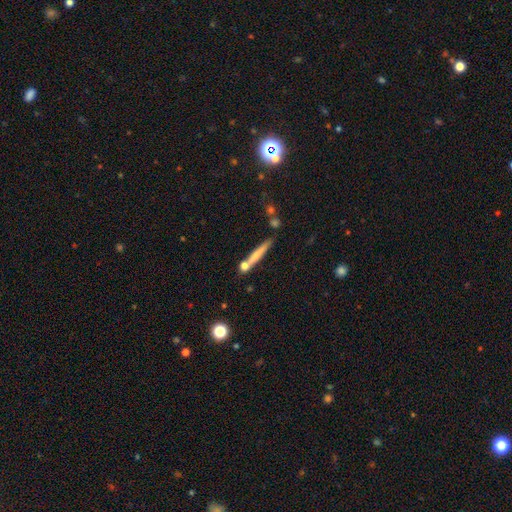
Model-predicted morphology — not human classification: type=smooth (57%); roundness=cigar-shaped (93%); merging=none (68%).